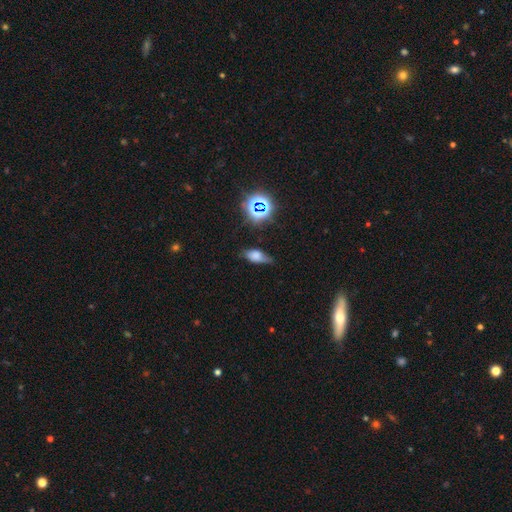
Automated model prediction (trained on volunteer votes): smooth 63%, featured or disk 19%, star or artifact 18%. Down the decision tree: how rounded — in between (77%); merging — none (51%).